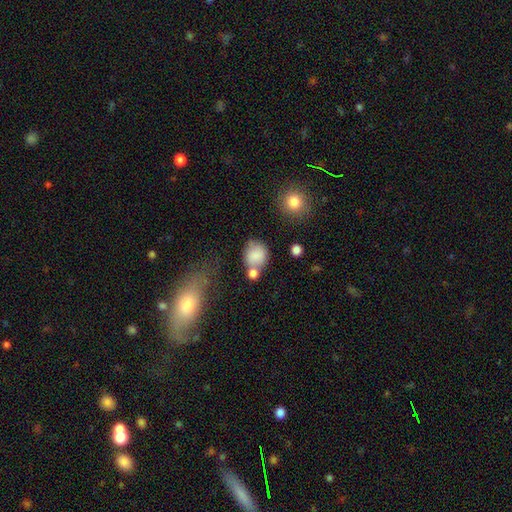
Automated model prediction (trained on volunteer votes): Smooth or featured? smooth (81%)
How rounded? round (64%)
Merging? none (47%)